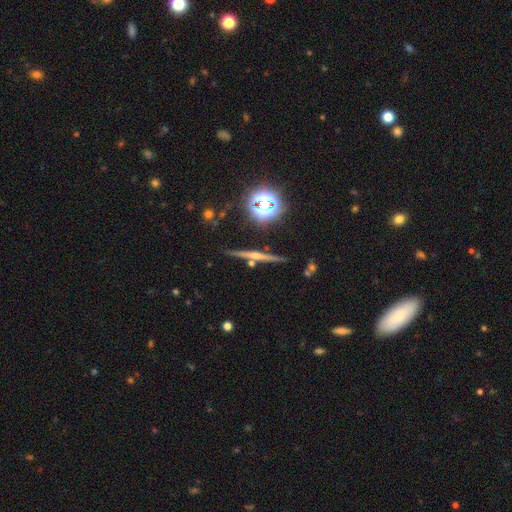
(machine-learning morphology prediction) This is likely a featured or disk galaxy (65%). It is clearly viewed edge-on (97%). Edge-on bulge: likely rounded (63%). Merging: clearly none (87%).